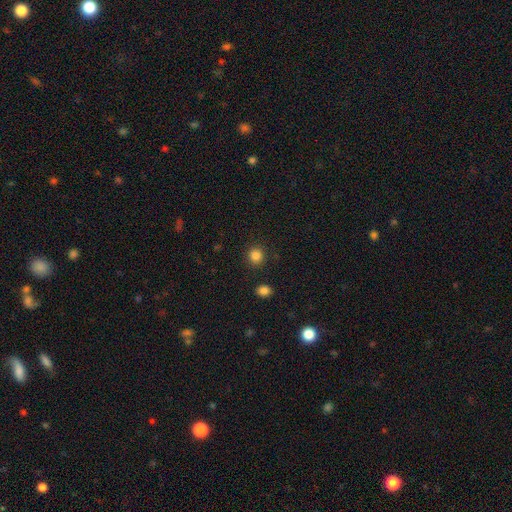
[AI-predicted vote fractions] This appears to be a smooth galaxy with no disk features (84%) that is round (90%). Merging: none (89%).